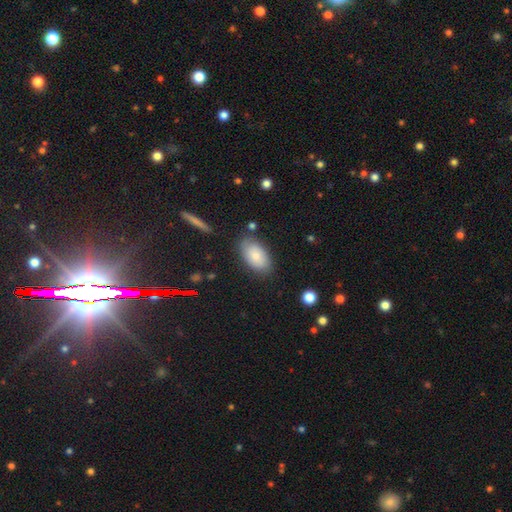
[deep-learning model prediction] Smooth or featured? Predicted: smooth (p=0.80). How rounded? Predicted: in between (p=0.94). Merging? Predicted: none (p=0.78).